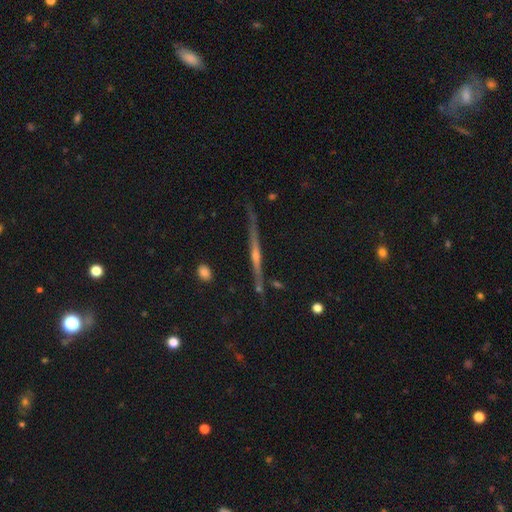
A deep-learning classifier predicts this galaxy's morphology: This is likely a featured or disk galaxy (76%). It is clearly viewed edge-on (97%). Edge-on bulge: likely rounded (67%). Merging: clearly none (80%).